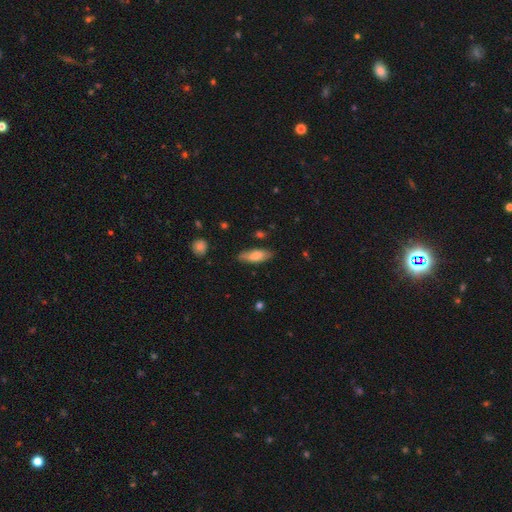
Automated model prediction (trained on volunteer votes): Q: Smooth or featured?
A: smooth (74%); runner-up: featured or disk (20%)
Q: How rounded?
A: in between (65%); runner-up: cigar-shaped (33%)
Q: Merging?
A: none (78%); runner-up: minor disturbance (17%)